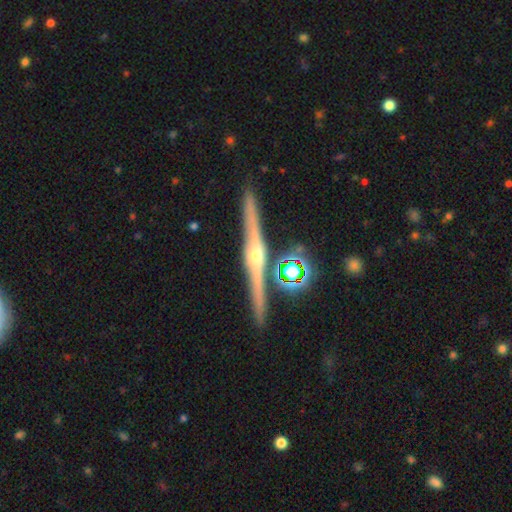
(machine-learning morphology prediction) smooth_or_featured: featured or disk (p=0.81) [alt: smooth p=0.10]
disk_edge_on: yes (p=0.98) [alt: no p=0.02]
edge_on_bulge: rounded (p=0.91) [alt: boxy p=0.05]
merging: none (p=0.88) [alt: minor disturbance p=0.07]